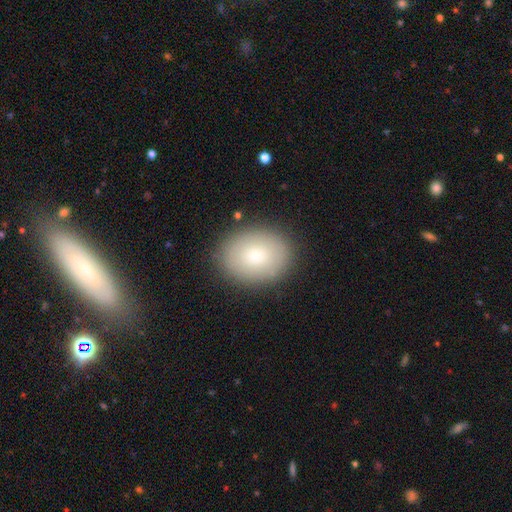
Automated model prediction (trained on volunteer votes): Smooth or featured? Predicted: smooth (p=0.80). How rounded? Predicted: in between (p=0.54). Merging? Predicted: none (p=0.87).